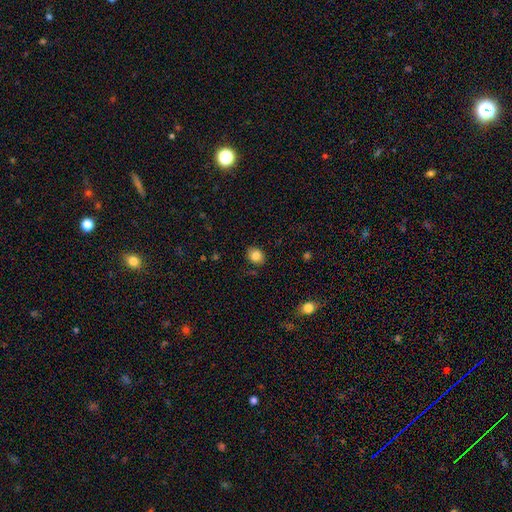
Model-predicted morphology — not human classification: smooth-or-featured: smooth: 84% | star or artifact: 9% | featured or disk: 6%
  how-rounded: round: 56% | in between: 43% | cigar-shaped: 1%
  merging: none: 82% | minor disturbance: 14% | major disturbance: 3% | merger: 1%